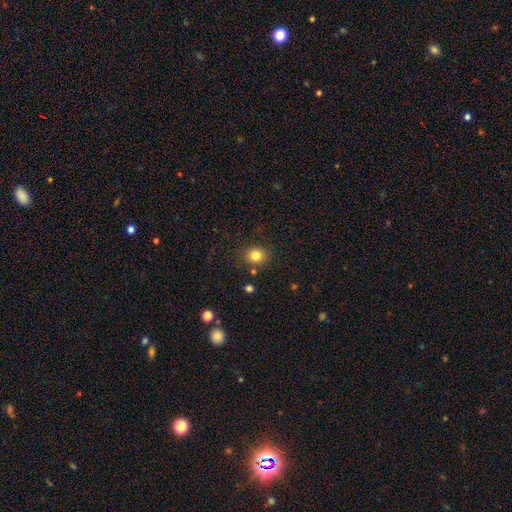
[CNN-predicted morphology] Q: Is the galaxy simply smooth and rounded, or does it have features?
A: smooth — 82%.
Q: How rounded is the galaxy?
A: round — 85%.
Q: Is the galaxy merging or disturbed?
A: none — 86%.